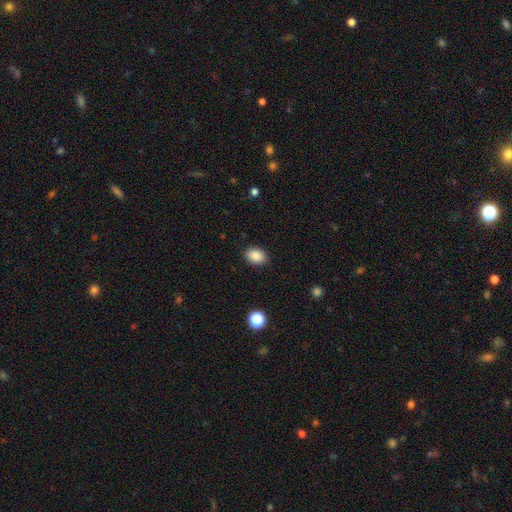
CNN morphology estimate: Overall: smooth (88%). How rounded: in between (75%). Merging: none (89%).